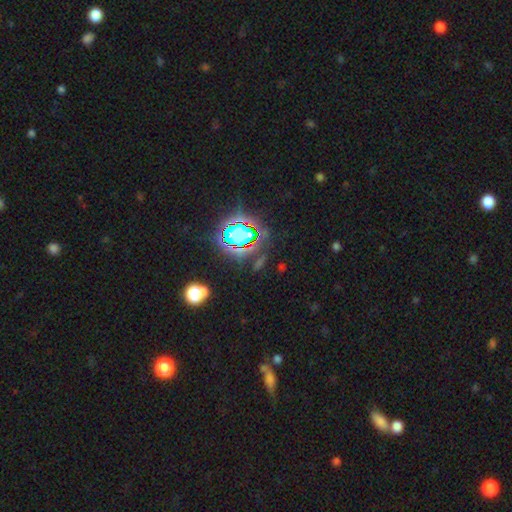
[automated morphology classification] This appears to be a star or artifact, not a galaxy (77%).